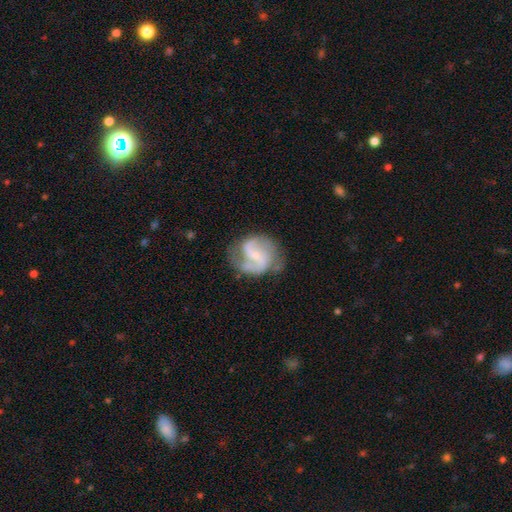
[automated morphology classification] A featured or disk galaxy (84%) with a weak bar (51%), 2 (87%) medium (50%) spiral arms (95%) and a small central bulge (62%).

Vote fractions:
- Smooth or featured? featured or disk: 84% / smooth: 10% / star or artifact: 6%
- Edge-on disk? no: 98% / yes: 2%
- Bar? weak: 51% / strong: 25% / no: 24%
- Spiral arms? yes: 95% / no: 5%
- Spiral winding? medium: 50% / loose: 36% / tight: 15%
- Spiral arm count? 2: 87% / can't tell: 5% / 3: 3% / 1: 3% / 4: 1% / more than 4: 1%
- Bulge size? small: 62% / moderate: 18% / none: 17% / large: 1% / dominant: 1%
- Merging? none: 68% / minor disturbance: 20% / major disturbance: 10% / merger: 2%